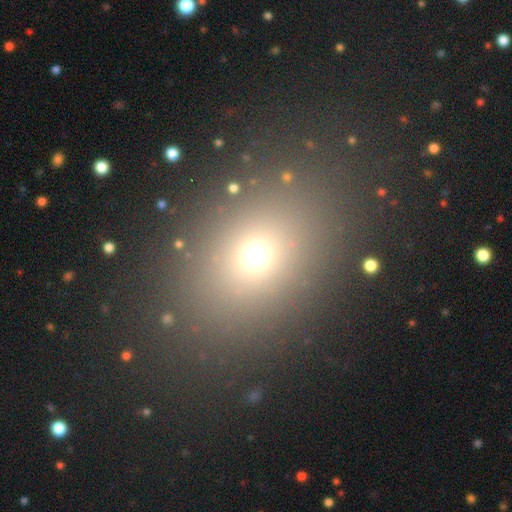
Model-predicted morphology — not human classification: Smooth or featured?
  - smooth: 67% *
  - star or artifact: 23%
  - featured or disk: 10%
How rounded?
  - in between: 55% *
  - round: 43%
  - cigar-shaped: 2%
Merging?
  - none: 86% *
  - minor disturbance: 8%
  - major disturbance: 4%
  - merger: 2%